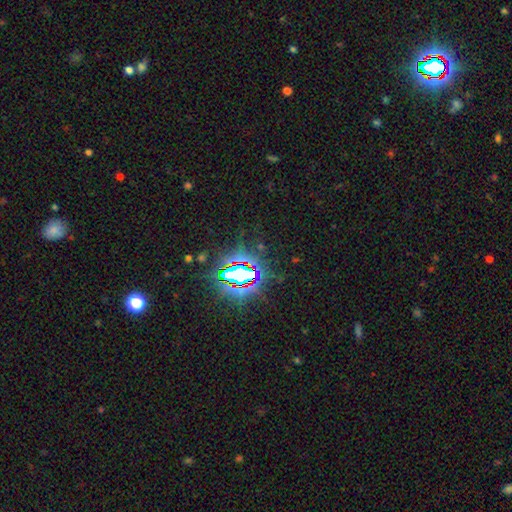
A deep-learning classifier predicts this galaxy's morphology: Smooth or featured? Predicted: star or artifact (p=0.83).